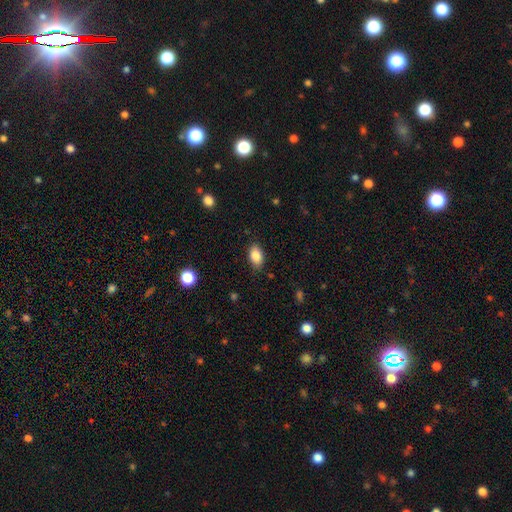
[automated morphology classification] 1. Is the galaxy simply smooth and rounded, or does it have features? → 87% smooth, 8% star or artifact, 6% featured or disk.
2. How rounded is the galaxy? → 89% in between, 8% round, 2% cigar-shaped.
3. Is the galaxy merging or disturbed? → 84% none, 12% minor disturbance, 3% major disturbance, 1% merger.